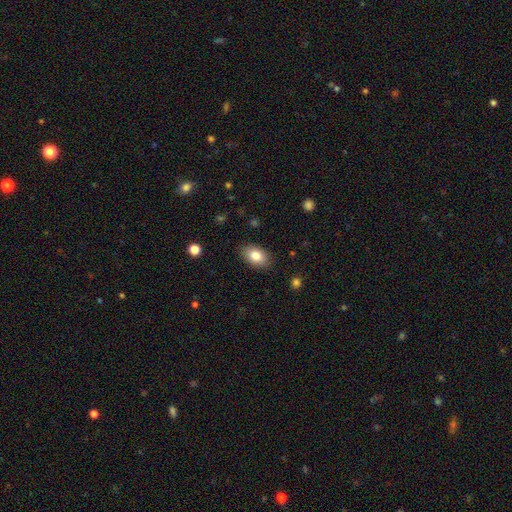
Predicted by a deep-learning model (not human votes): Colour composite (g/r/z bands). It shows a smooth galaxy with no disk features (84%) that is in between round and cigar-shaped (90%). Merging: none (86%).